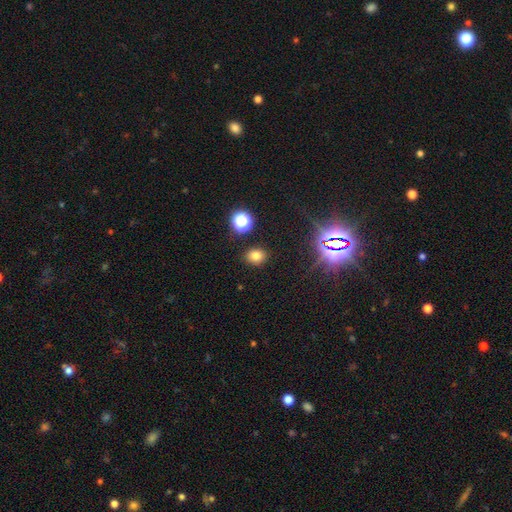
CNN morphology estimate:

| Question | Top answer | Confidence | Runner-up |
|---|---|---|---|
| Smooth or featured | smooth | 74% | star or artifact (18%) |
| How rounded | round | 50% | in between (49%) |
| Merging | none | 87% | minor disturbance (8%) |